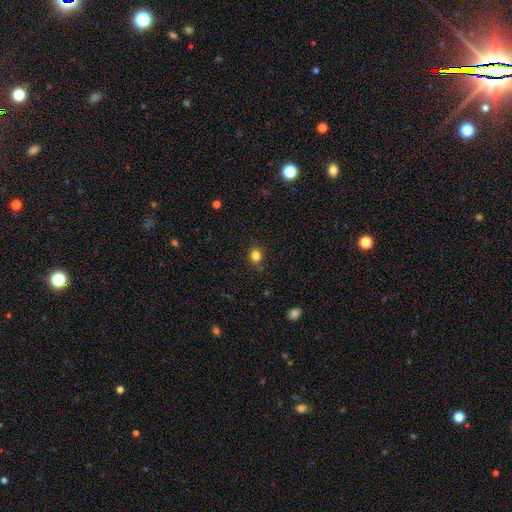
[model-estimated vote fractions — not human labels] Smooth or featured?
  - smooth: 82% *
  - star or artifact: 13%
  - featured or disk: 5%
How rounded?
  - round: 72% *
  - in between: 27%
  - cigar-shaped: 1%
Merging?
  - none: 82% *
  - minor disturbance: 12%
  - major disturbance: 3%
  - merger: 3%